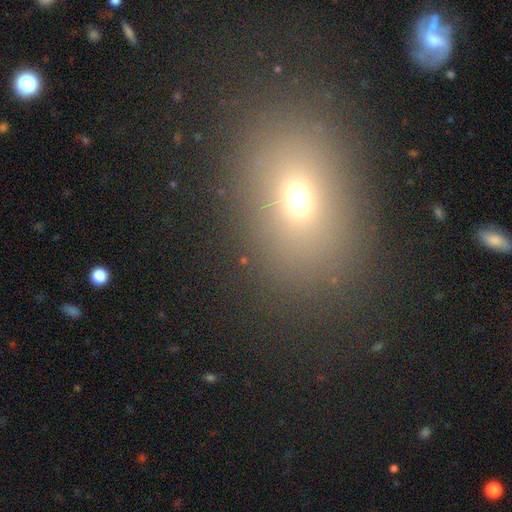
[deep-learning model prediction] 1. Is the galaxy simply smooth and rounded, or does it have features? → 65% smooth, 22% star or artifact, 13% featured or disk.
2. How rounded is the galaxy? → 67% in between, 31% round, 2% cigar-shaped.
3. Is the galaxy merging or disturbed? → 85% none, 8% minor disturbance, 5% major disturbance, 2% merger.